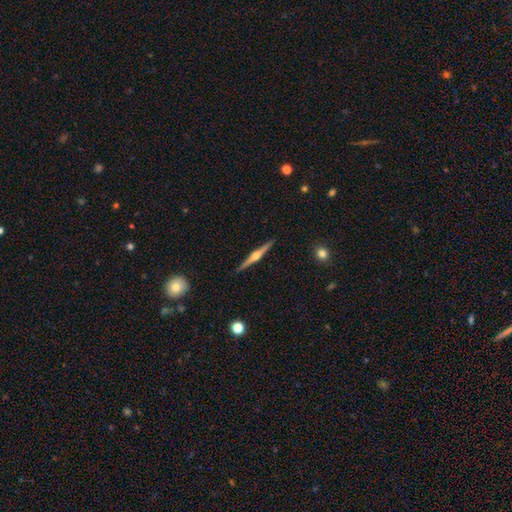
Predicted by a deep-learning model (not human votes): smooth_or_featured: featured or disk (p=0.82) [alt: smooth p=0.13]
disk_edge_on: yes (p=0.99) [alt: no p=0.01]
edge_on_bulge: rounded (p=0.92) [alt: boxy p=0.05]
merging: none (p=0.92) [alt: minor disturbance p=0.06]